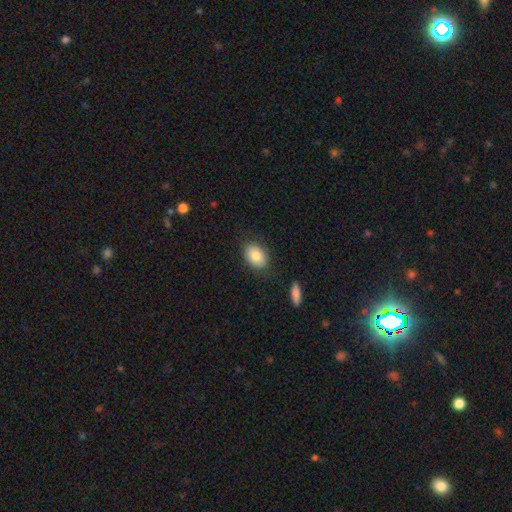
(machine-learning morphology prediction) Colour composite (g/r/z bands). It shows a smooth galaxy with no disk features (85%) that is in between round and cigar-shaped (81%). Merging: none (83%).